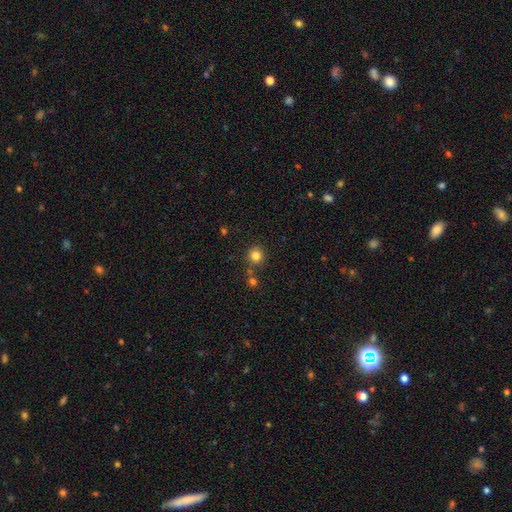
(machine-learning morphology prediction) type=smooth (82%); roundness=round (91%); merging=none (79%).